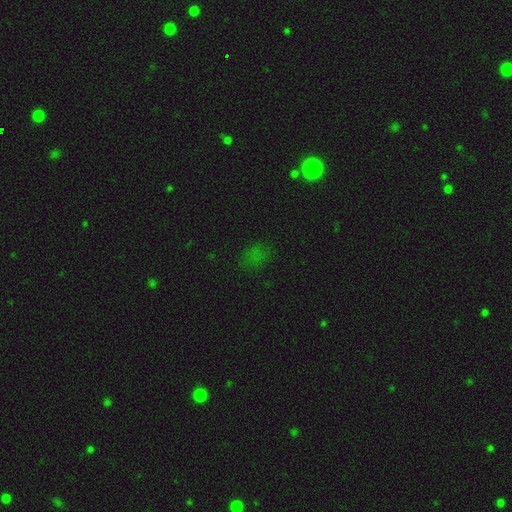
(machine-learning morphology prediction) smooth-or-featured: smooth: 47% | star or artifact: 43% | featured or disk: 10%
  merging: none: 69% | minor disturbance: 16% | major disturbance: 11% | merger: 3%